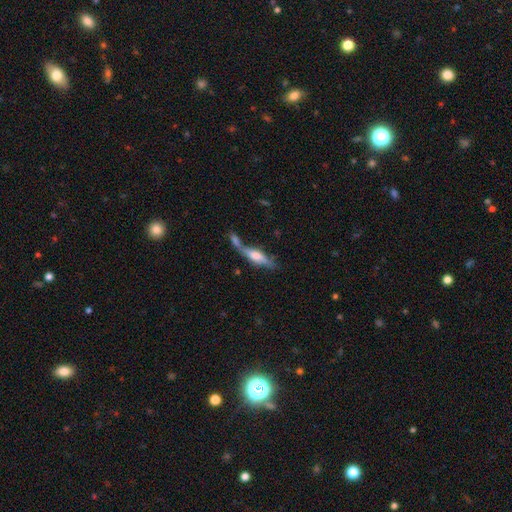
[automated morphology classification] Overall: featured or disk (54%; smooth 39%). Edge-on disk: yes (84%). Merging: none (40%; merger 39%).